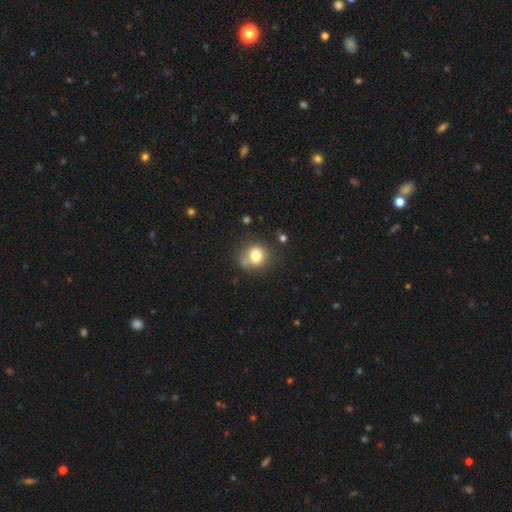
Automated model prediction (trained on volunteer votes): Smooth or featured? Predicted: smooth (p=0.78). How rounded? Predicted: round (p=0.78). Merging? Predicted: none (p=0.68).